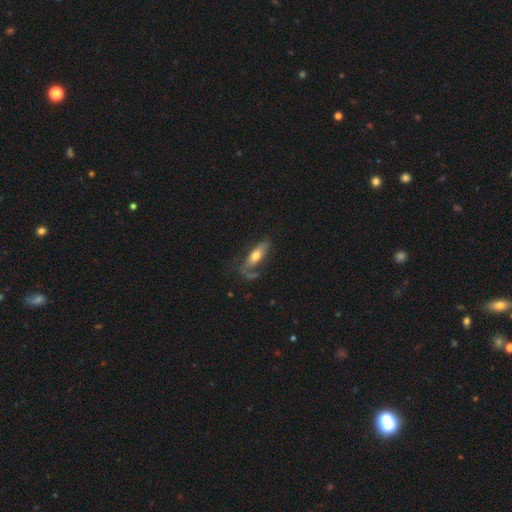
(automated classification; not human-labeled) Smooth or featured?
  - smooth: 52% *
  - featured or disk: 42%
  - star or artifact: 6%
How rounded?
  - in between: 57% *
  - cigar-shaped: 40%
  - round: 3%
Merging?
  - none: 51% *
  - minor disturbance: 23%
  - major disturbance: 20%
  - merger: 6%